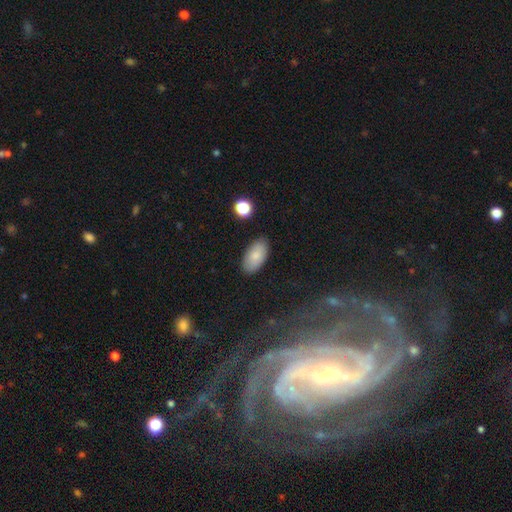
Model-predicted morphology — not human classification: Smooth or featured?
  - smooth: 83% *
  - featured or disk: 10%
  - star or artifact: 7%
How rounded?
  - in between: 95% *
  - round: 3%
  - cigar-shaped: 2%
Merging?
  - none: 85% *
  - minor disturbance: 11%
  - major disturbance: 2%
  - merger: 2%